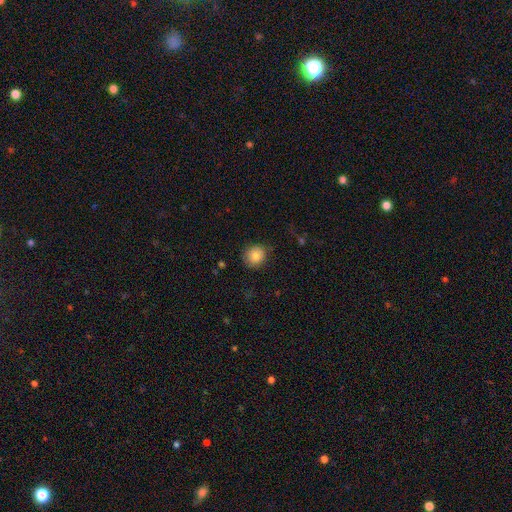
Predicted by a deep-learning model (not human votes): A smooth galaxy with no disk features (81%) that is round (88%).

Vote fractions:
- Smooth or featured? smooth: 81% / featured or disk: 10% / star or artifact: 9%
- How rounded? round: 88% / in between: 11% / cigar-shaped: 1%
- Merging? none: 83% / minor disturbance: 13% / major disturbance: 3% / merger: 1%